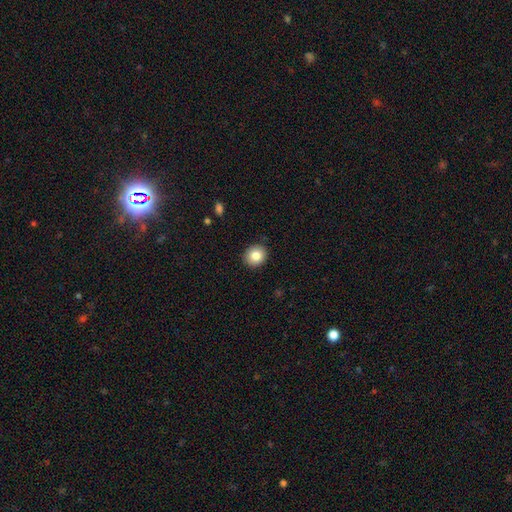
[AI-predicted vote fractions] Q: Smooth or featured?
A: smooth (84%); runner-up: star or artifact (9%)
Q: How rounded?
A: round (82%); runner-up: in between (17%)
Q: Merging?
A: none (90%); runner-up: minor disturbance (7%)